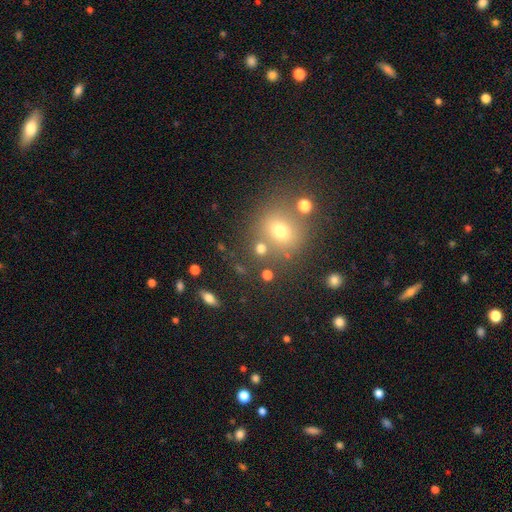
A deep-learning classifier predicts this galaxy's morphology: This is possibly a smooth galaxy (48%). Merging: likely none (67%).